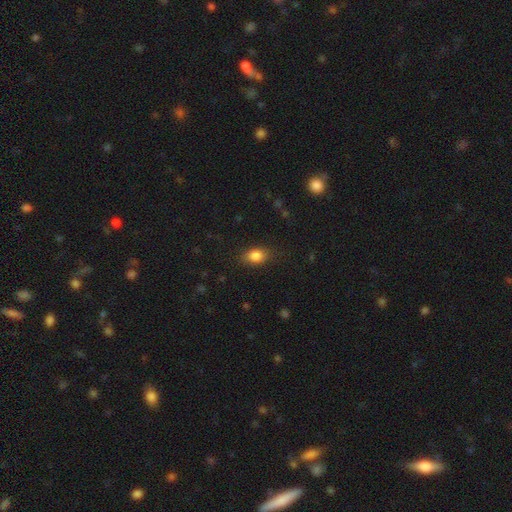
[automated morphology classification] Smooth or featured: smooth — 85% (star or artifact — 9%)
How rounded: in between — 77% (round — 21%)
Merging: none — 82% (minor disturbance — 13%)